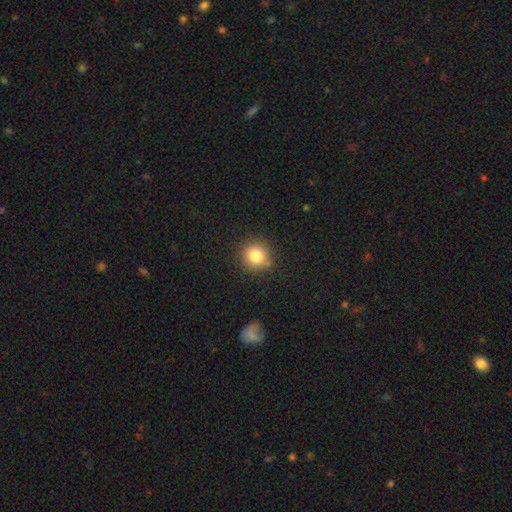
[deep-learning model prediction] This is clearly a smooth galaxy (82%). How rounded: clearly round (90%). Merging: clearly none (85%).